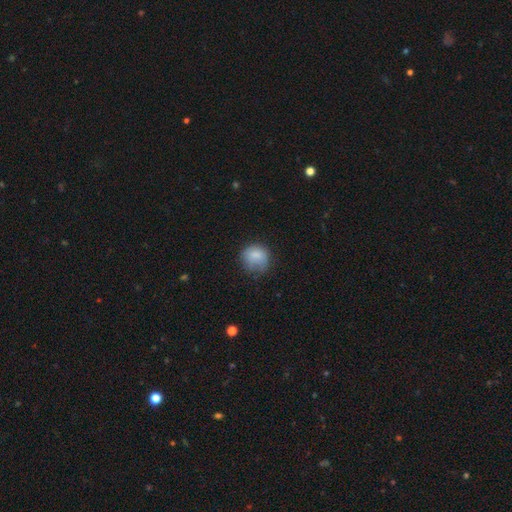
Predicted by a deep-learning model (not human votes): This appears to be a smooth galaxy with no disk features (81%) that is round (79%). Merging: none (62%).